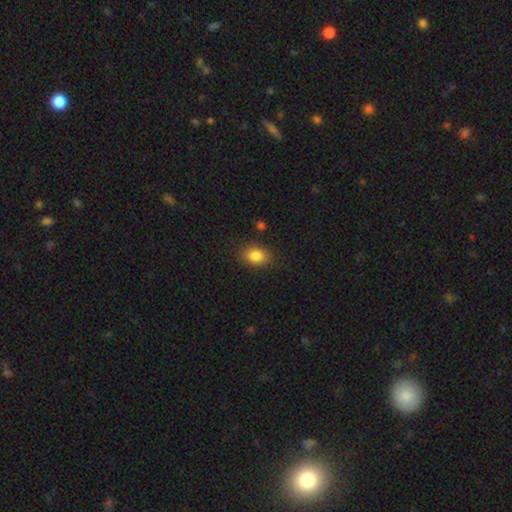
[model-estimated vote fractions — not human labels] Smooth or featured? Predicted: smooth (p=0.85). How rounded? Predicted: in between (p=0.75). Merging? Predicted: none (p=0.83).